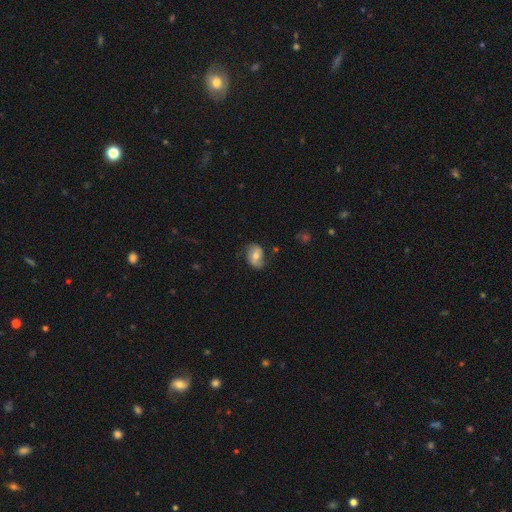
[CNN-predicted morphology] A smooth galaxy with no disk features (54%) that is in between round and cigar-shaped (80%). Merging: none (67%).